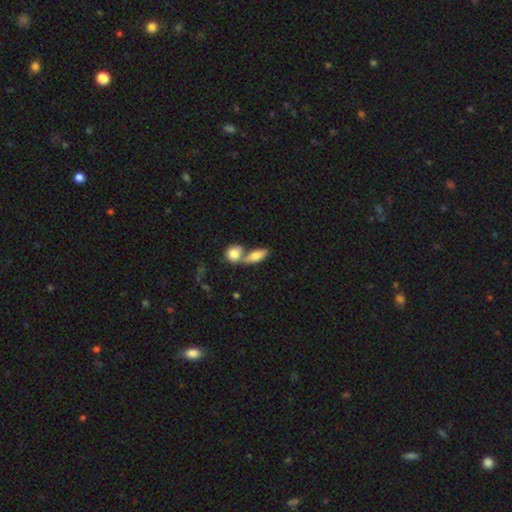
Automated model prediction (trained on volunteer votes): Q: Smooth or featured?
A: smooth (78%); runner-up: featured or disk (15%)
Q: How rounded?
A: in between (78%); runner-up: cigar-shaped (14%)
Q: Merging?
A: merger (49%); runner-up: none (39%)